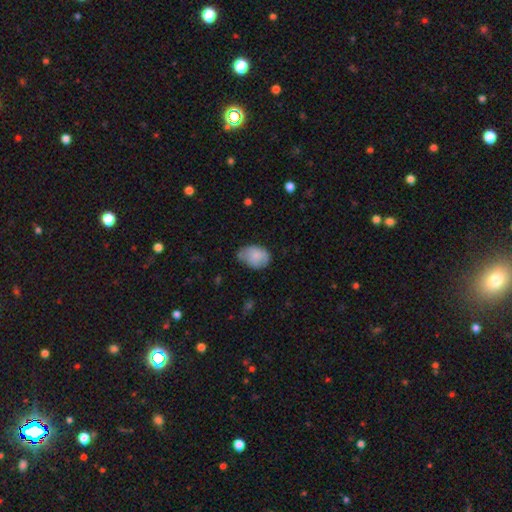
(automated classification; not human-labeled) smooth-or-featured: smooth: 79% | featured or disk: 14% | star or artifact: 7%
  how-rounded: in between: 77% | round: 22% | cigar-shaped: 1%
  merging: none: 47% | minor disturbance: 40% | major disturbance: 10% | merger: 3%